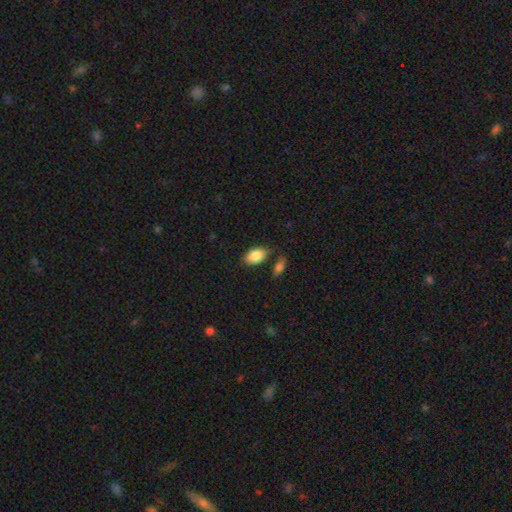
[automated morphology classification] Smooth or featured?
  - smooth: 85% *
  - featured or disk: 8%
  - star or artifact: 7%
How rounded?
  - in between: 91% *
  - round: 7%
  - cigar-shaped: 2%
Merging?
  - none: 70% *
  - minor disturbance: 18%
  - merger: 8%
  - major disturbance: 4%